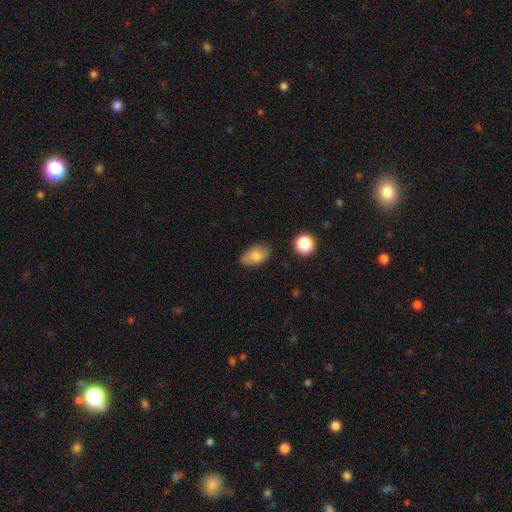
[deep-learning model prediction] Smooth or featured? Predicted: smooth (p=0.81). How rounded? Predicted: in between (p=0.91). Merging? Predicted: none (p=0.80).